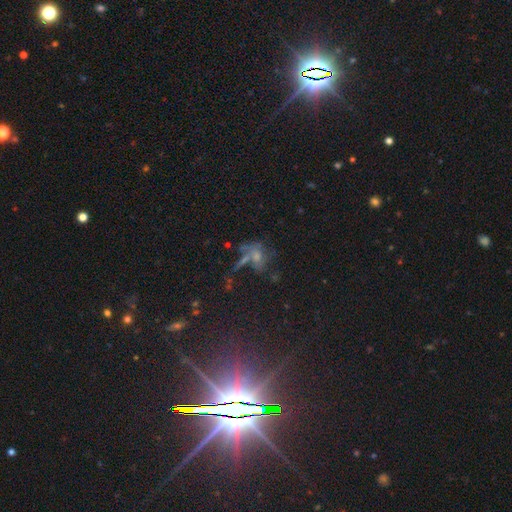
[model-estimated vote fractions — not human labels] This appears to be a smooth galaxy with no disk features (38%). Merging: none (34%).